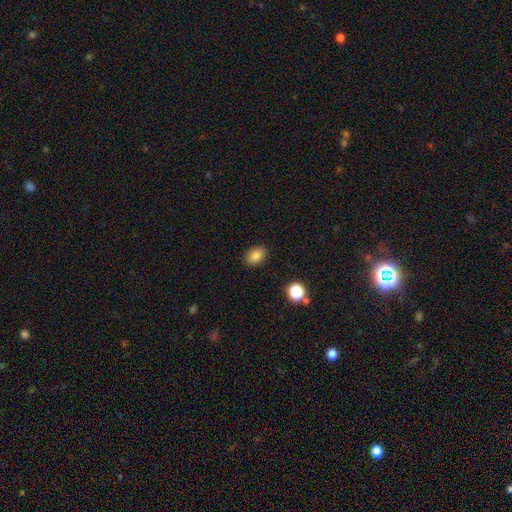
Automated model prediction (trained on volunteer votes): Smooth or featured: smooth — 84% (star or artifact — 10%)
How rounded: in between — 75% (round — 24%)
Merging: none — 89% (minor disturbance — 8%)